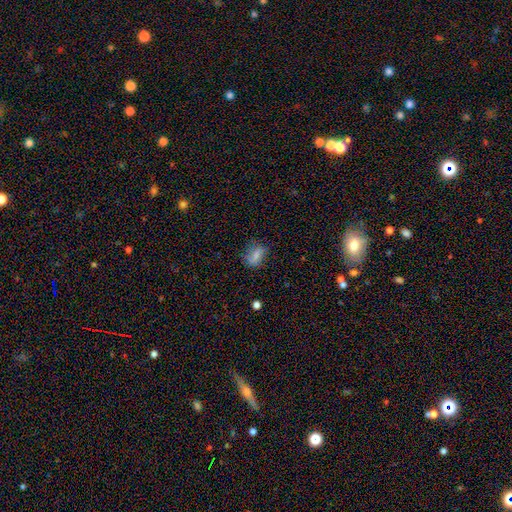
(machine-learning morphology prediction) This appears to be a smooth galaxy with no disk features (74%) that is in between round and cigar-shaped (72%). Merging: none (68%).